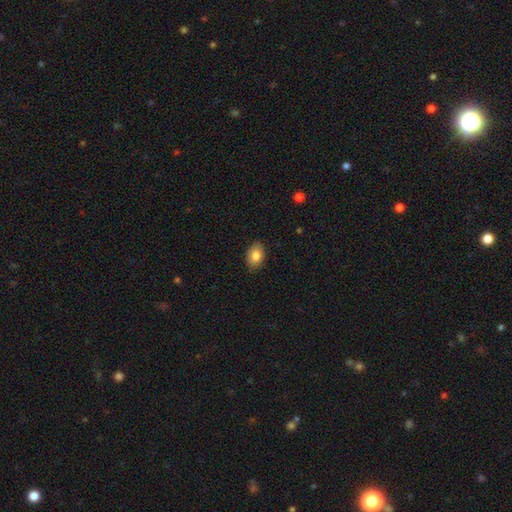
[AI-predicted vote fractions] smooth-or-featured: smooth: 84% | featured or disk: 9% | star or artifact: 7%
  how-rounded: in between: 84% | round: 15% | cigar-shaped: 1%
  merging: none: 85% | minor disturbance: 12% | major disturbance: 2% | merger: 1%